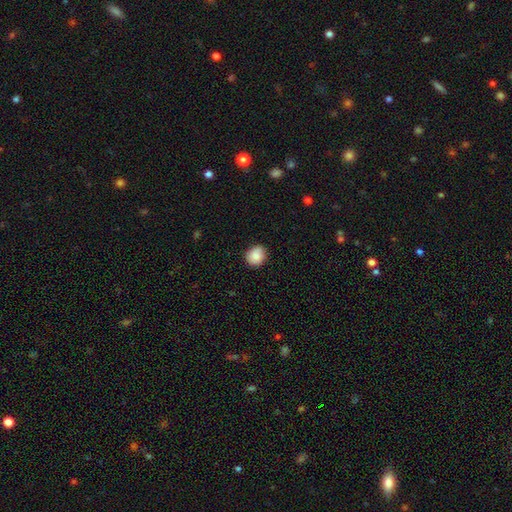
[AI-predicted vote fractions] Smooth or featured?
  - smooth: 85% *
  - star or artifact: 8%
  - featured or disk: 7%
How rounded?
  - round: 76% *
  - in between: 23%
  - cigar-shaped: 1%
Merging?
  - none: 84% *
  - minor disturbance: 12%
  - major disturbance: 2%
  - merger: 1%